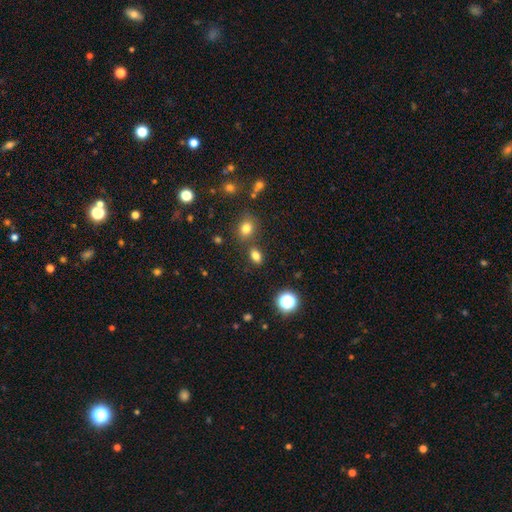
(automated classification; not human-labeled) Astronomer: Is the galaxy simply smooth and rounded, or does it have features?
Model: smooth — 77%.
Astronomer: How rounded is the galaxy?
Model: in between — 74%.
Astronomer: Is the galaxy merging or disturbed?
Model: none — 74%.